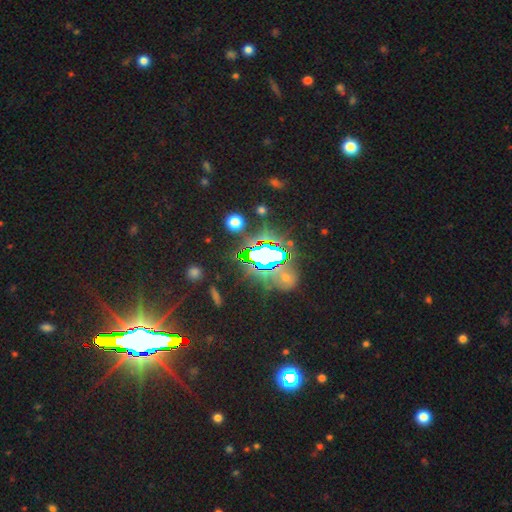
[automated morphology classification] Smooth or featured? Predicted: star or artifact (p=0.72).